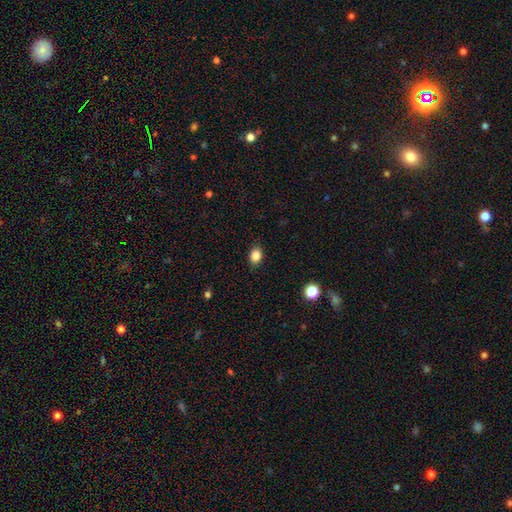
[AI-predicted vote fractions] Smooth or featured?
  - smooth: 85% *
  - star or artifact: 10%
  - featured or disk: 5%
How rounded?
  - in between: 66% *
  - round: 33%
  - cigar-shaped: 1%
Merging?
  - none: 87% *
  - minor disturbance: 10%
  - major disturbance: 2%
  - merger: 1%